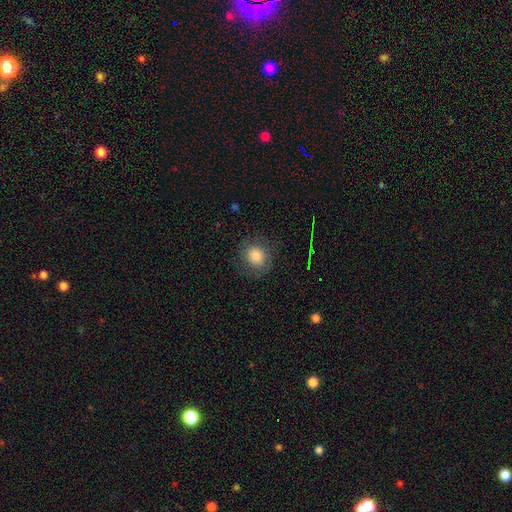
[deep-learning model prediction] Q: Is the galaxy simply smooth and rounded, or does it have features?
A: smooth — 71%.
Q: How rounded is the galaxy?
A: round — 80%.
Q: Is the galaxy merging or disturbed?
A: none — 79%.